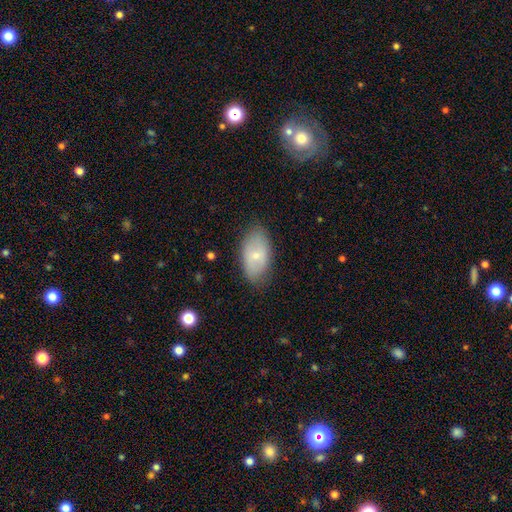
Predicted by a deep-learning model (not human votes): Smooth or featured? smooth (62%)
How rounded? in between (92%)
Merging? none (80%)